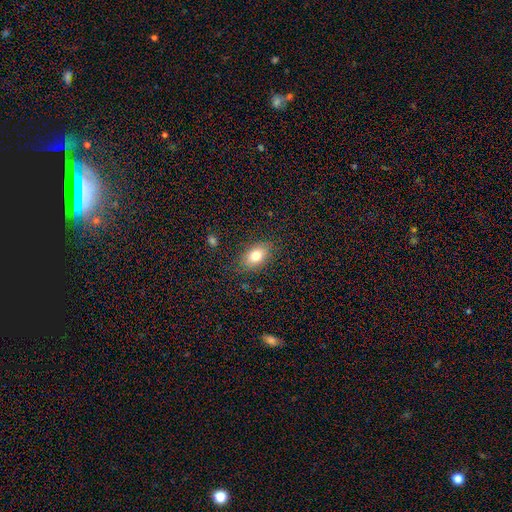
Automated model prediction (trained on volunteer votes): The model was most divided on "smooth or featured": smooth: 78%, featured or disk: 13%, star or artifact: 9%. More confident: how rounded — in between (85%); merging — none (84%).